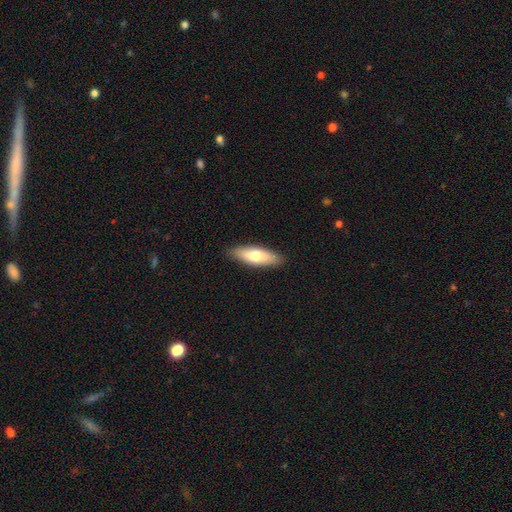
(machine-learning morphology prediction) This is likely a smooth galaxy (74%). How rounded: possibly in between (52%). Merging: clearly none (89%).